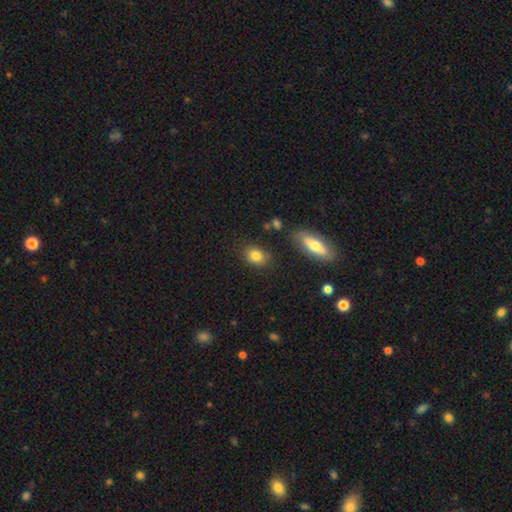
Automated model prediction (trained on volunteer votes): Smooth or featured? Predicted: smooth (p=0.82). How rounded? Predicted: in between (p=0.60). Merging? Predicted: none (p=0.76).